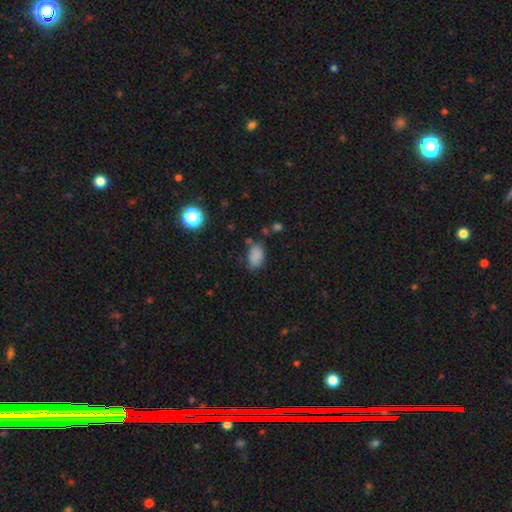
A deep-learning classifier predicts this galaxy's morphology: Smooth or featured?
  - smooth: 84% *
  - star or artifact: 11%
  - featured or disk: 5%
How rounded?
  - in between: 87% *
  - round: 12%
  - cigar-shaped: 1%
Merging?
  - none: 70% *
  - minor disturbance: 20%
  - major disturbance: 5%
  - merger: 4%